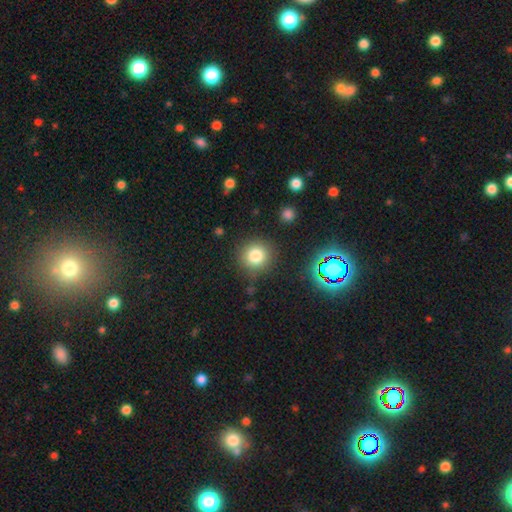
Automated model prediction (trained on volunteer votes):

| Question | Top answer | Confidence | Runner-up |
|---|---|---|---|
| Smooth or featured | smooth | 79% | star or artifact (14%) |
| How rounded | round | 92% | in between (7%) |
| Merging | none | 84% | minor disturbance (10%) |